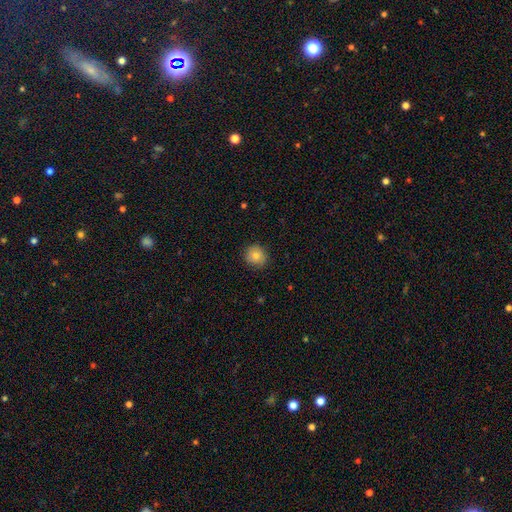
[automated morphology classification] smooth_or_featured: smooth (p=0.80) [alt: featured or disk p=0.11]
how_rounded: round (p=0.90) [alt: in between p=0.10]
merging: none (p=0.86) [alt: minor disturbance p=0.11]